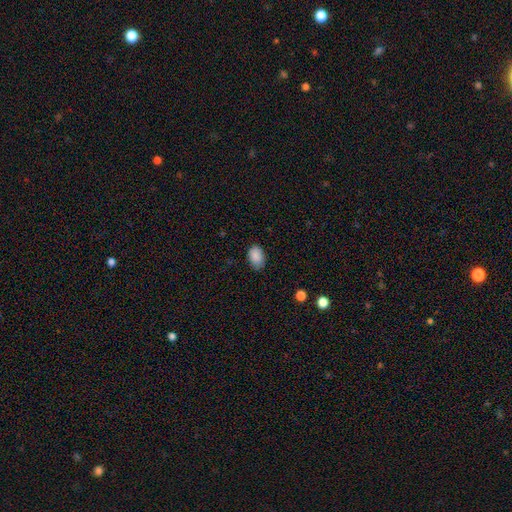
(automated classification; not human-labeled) A smooth galaxy with no disk features (88%) that is in between round and cigar-shaped (85%). Merging: none (75%).